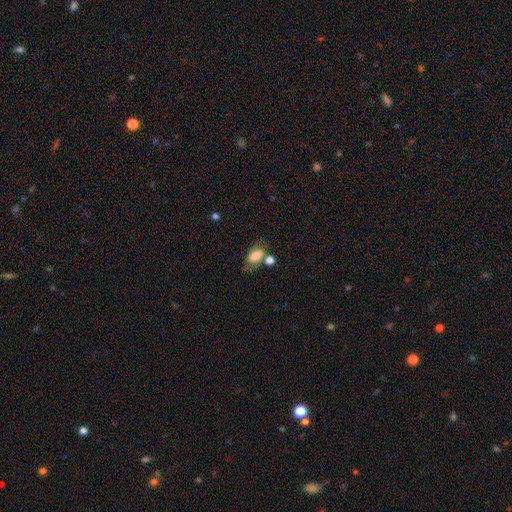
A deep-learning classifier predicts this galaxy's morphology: Smooth or featured? Predicted: smooth (p=0.71). How rounded? Predicted: in between (p=0.88). Merging? Predicted: none (p=0.49).